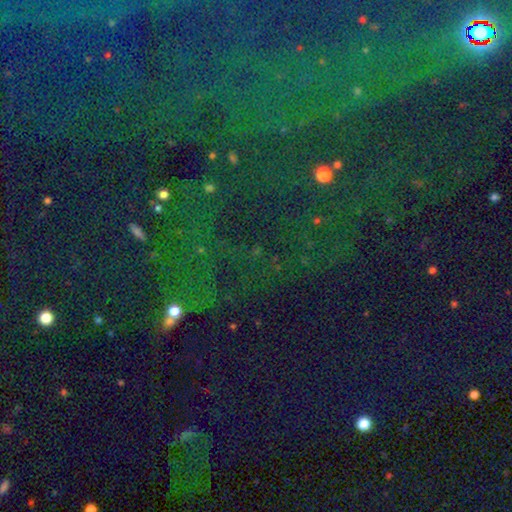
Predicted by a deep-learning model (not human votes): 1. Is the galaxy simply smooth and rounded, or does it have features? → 79% star or artifact, 13% smooth, 8% featured or disk.